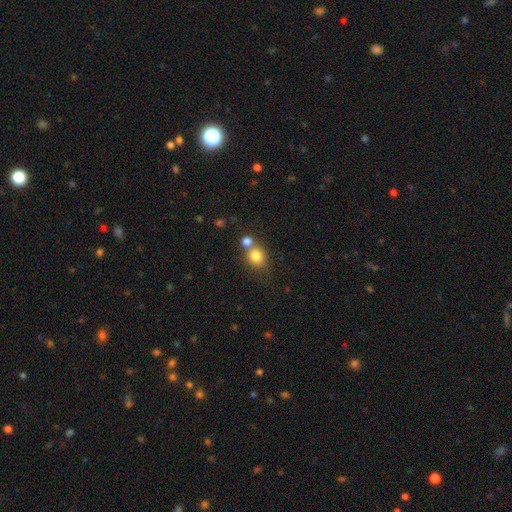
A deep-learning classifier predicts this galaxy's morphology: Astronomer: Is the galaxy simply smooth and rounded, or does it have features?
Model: smooth — 80%.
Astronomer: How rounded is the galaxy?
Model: round — 73%.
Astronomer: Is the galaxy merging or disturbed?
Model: none — 52% (runner-up: merger, 35%).